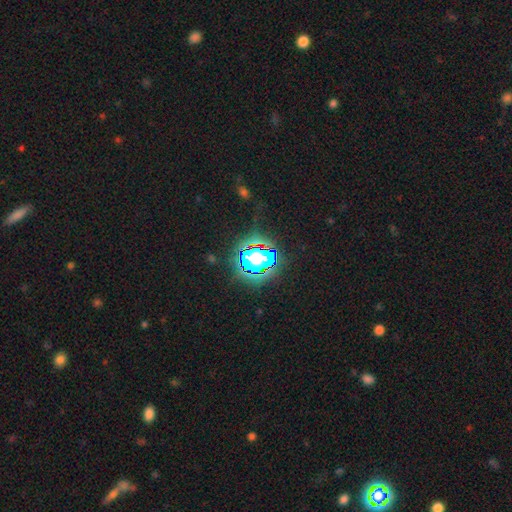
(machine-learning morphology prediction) This is likely a star or artifact rather than a galaxy (63%).